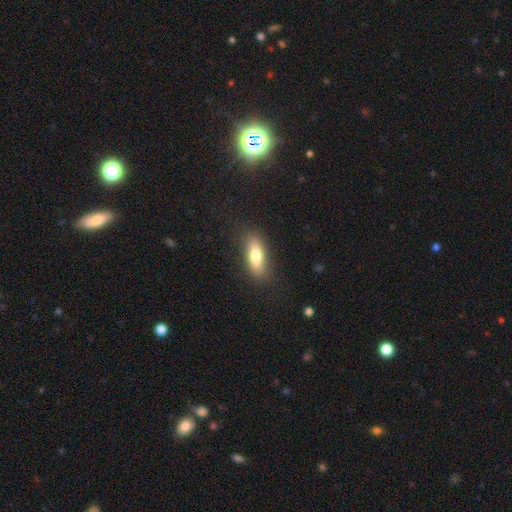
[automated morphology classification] Smooth or featured? Predicted: smooth (p=0.73). How rounded? Predicted: in between (p=0.66). Merging? Predicted: none (p=0.83).